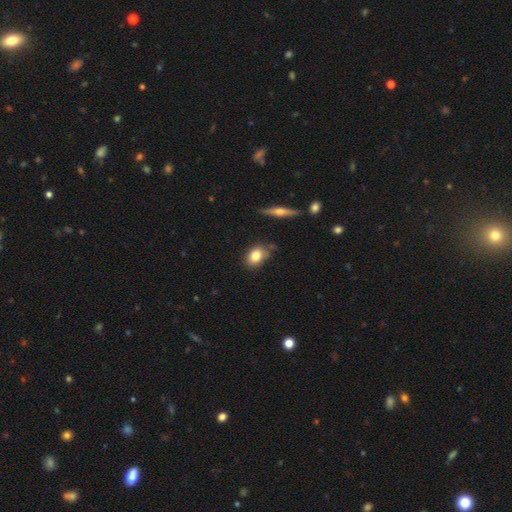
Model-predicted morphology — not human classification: smooth-or-featured: smooth: 80% | featured or disk: 12% | star or artifact: 8%
  how-rounded: in between: 68% | round: 29% | cigar-shaped: 3%
  merging: none: 74% | minor disturbance: 18% | merger: 5% | major disturbance: 3%